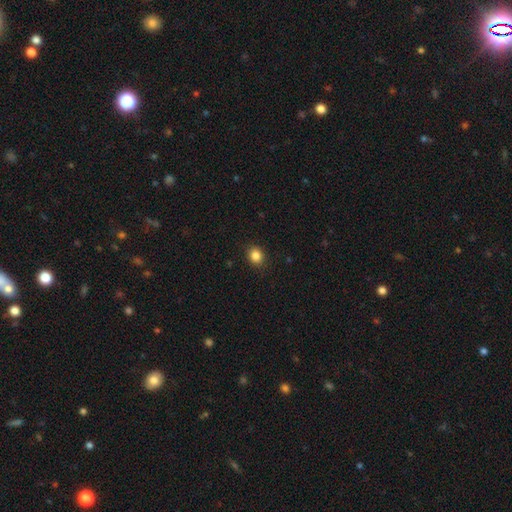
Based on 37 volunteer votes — Smooth or featured: smooth — 97% (star or artifact — 3%)
How rounded: round — 83% (in between — 17%)
Merging: none — 92% (minor disturbance — 6%)